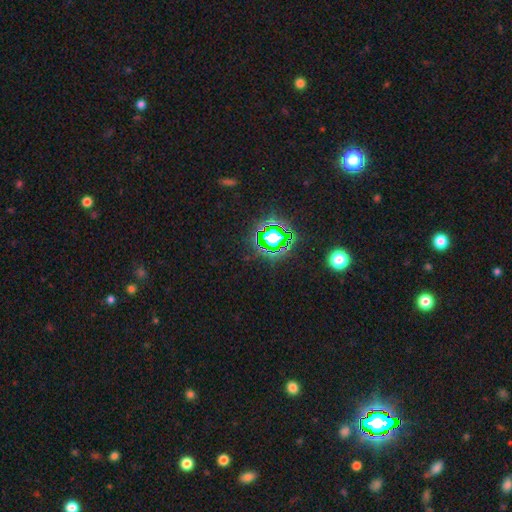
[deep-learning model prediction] smooth-or-featured: star or artifact: 80% | smooth: 13% | featured or disk: 7%